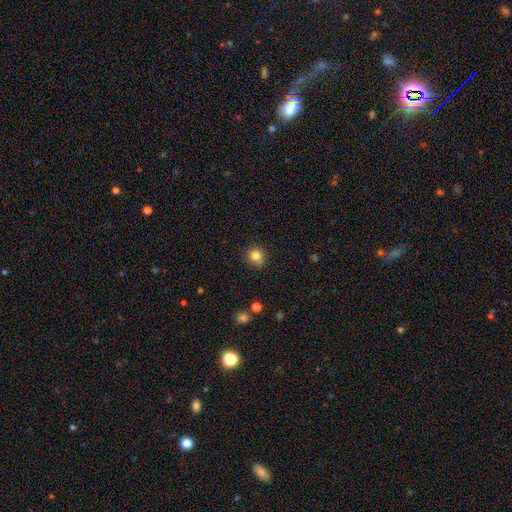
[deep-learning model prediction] smooth_or_featured: smooth (p=0.82) [alt: star or artifact p=0.12]
how_rounded: round (p=0.89) [alt: in between p=0.10]
merging: none (p=0.74) [alt: minor disturbance p=0.18]